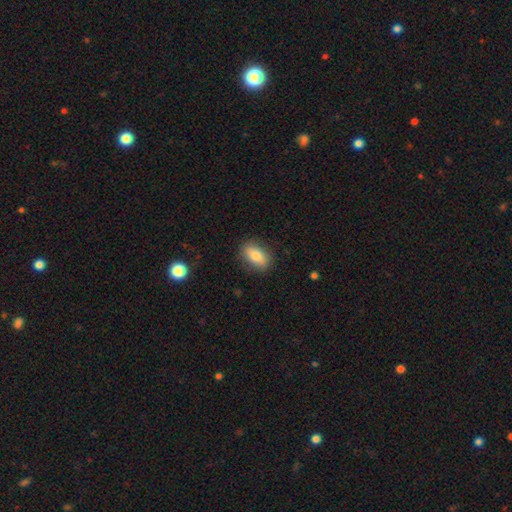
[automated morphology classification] type=smooth (76%); roundness=in between (82%); merging=none (85%).